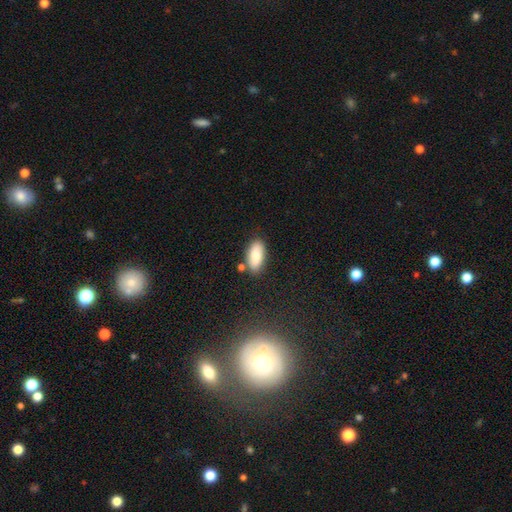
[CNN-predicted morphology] smooth_or_featured: smooth (p=0.84) [alt: featured or disk p=0.09]
how_rounded: in between (p=0.89) [alt: cigar-shaped p=0.09]
merging: none (p=0.77) [alt: minor disturbance p=0.14]